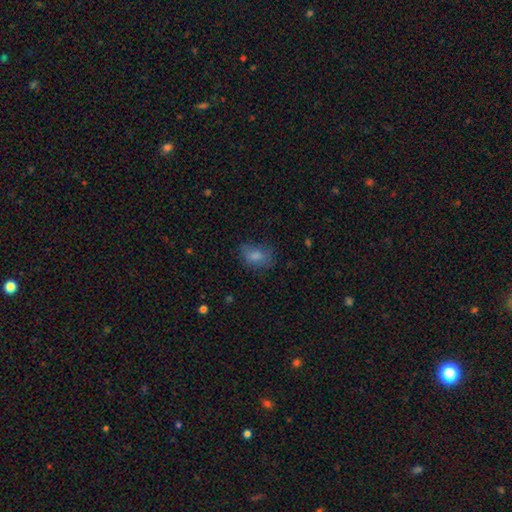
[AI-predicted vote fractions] Smooth or featured? Predicted: smooth (p=0.76). How rounded? Predicted: in between (p=0.77). Merging? Predicted: none (p=0.59).